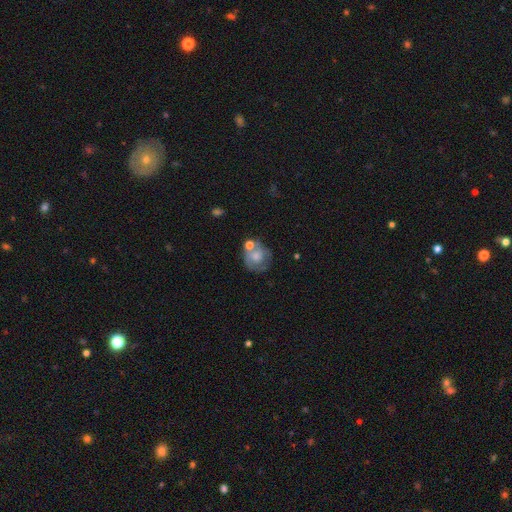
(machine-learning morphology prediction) Overall: featured or disk (52%; smooth 40%). Edge-on disk: no (97%). Bar: no (77%). Spiral arms: yes (68%; no 32%). Bulge size: moderate (40%; small 33%). Merging: none (50%; minor disturbance 21%).